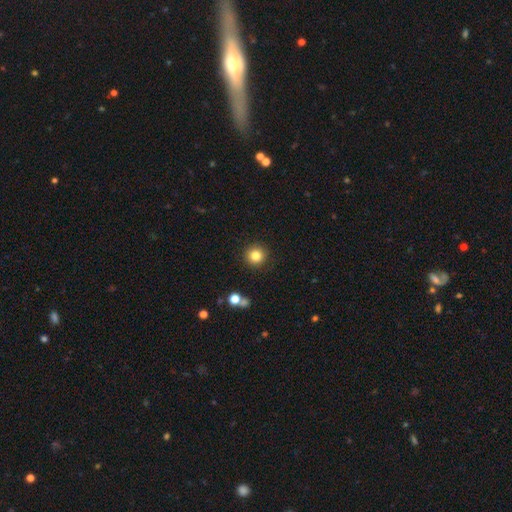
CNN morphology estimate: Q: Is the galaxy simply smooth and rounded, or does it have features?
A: smooth — 83%.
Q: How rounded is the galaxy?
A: round — 95%.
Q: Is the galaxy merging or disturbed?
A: none — 90%.